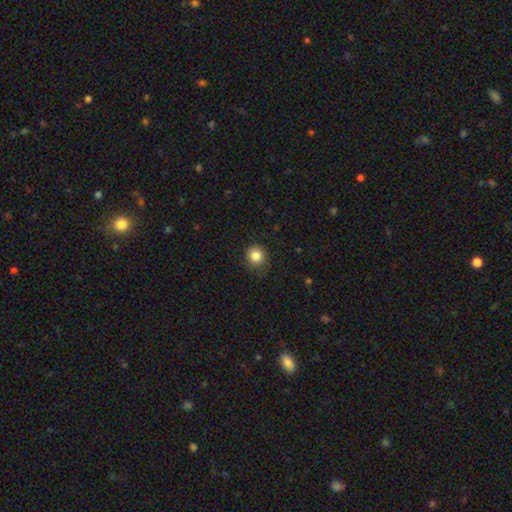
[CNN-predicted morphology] Smooth or featured: smooth — 85% (star or artifact — 10%)
How rounded: round — 90% (in between — 9%)
Merging: none — 80% (minor disturbance — 15%)